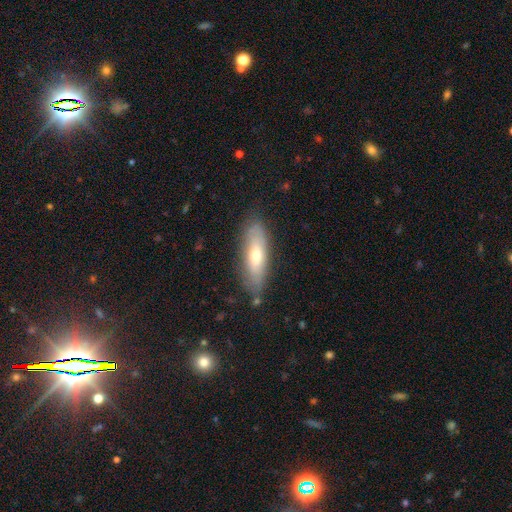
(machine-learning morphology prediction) type=smooth (58%); roundness=in between (51%); merging=none (79%).